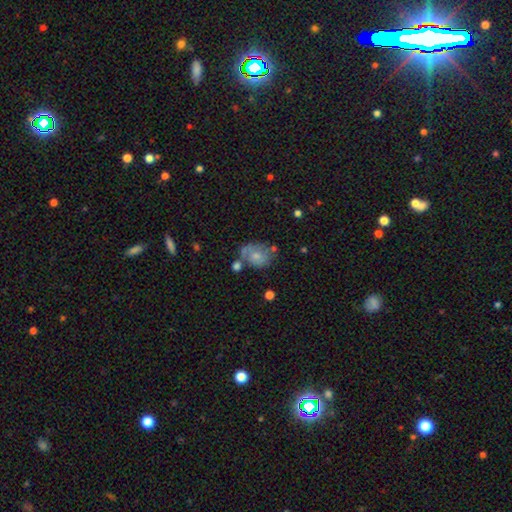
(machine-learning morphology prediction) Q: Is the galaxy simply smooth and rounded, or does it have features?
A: smooth — 63%.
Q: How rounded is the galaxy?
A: in between — 56%.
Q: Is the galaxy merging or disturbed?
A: none — 42%.